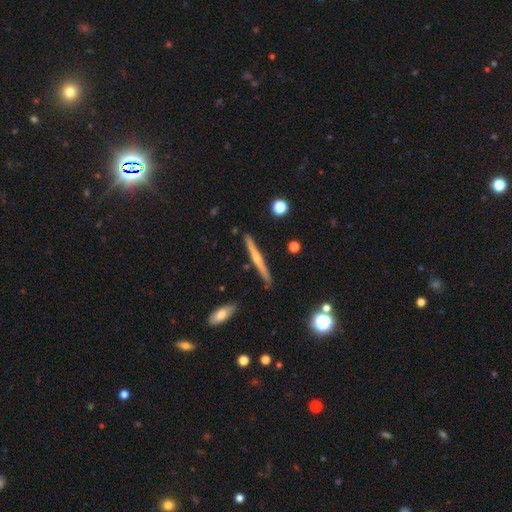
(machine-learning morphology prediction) Smooth or featured? featured or disk (63%)
Edge-on disk? yes (98%)
Edge-on bulge? rounded (63%)
Merging? none (89%)